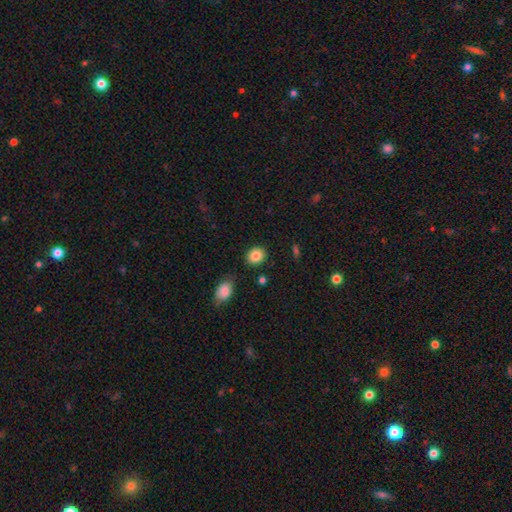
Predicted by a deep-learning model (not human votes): This appears to be a smooth galaxy with no disk features (86%) that is round (61%). Merging: none (84%).